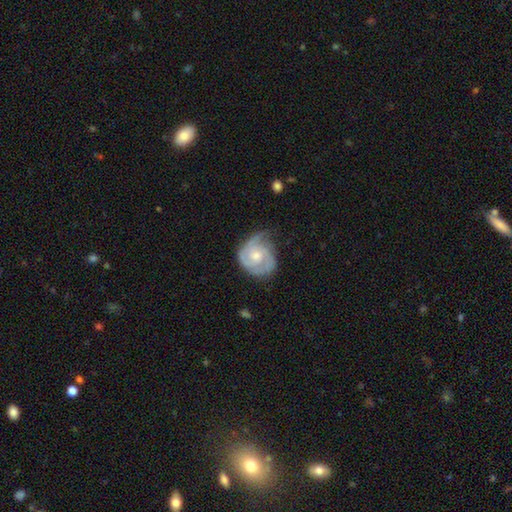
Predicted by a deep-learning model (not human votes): This is likely a featured or disk galaxy (75%). It is clearly not viewed edge-on (98%). Bar: likely no (74%). Spiral arm pattern: clearly yes (92%). Spiral arm count: marginally 2 (42%). Spiral winding: possibly tight (54%). Central bulge: possibly moderate (52%). Merging: possibly none (51%).